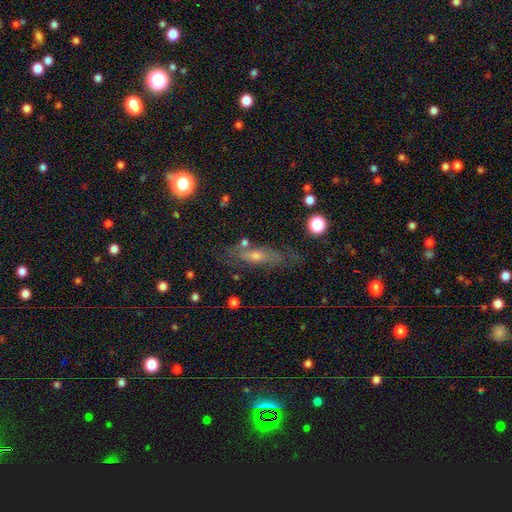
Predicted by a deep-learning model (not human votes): The model was most divided on "smooth or featured": featured or disk: 49%, smooth: 38%, star or artifact: 13%. More confident: merging — none (66%).